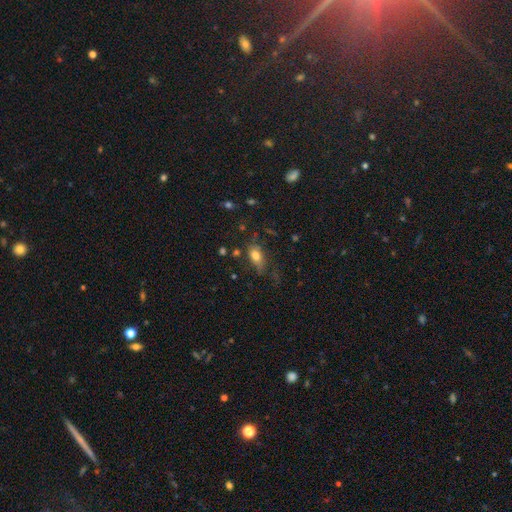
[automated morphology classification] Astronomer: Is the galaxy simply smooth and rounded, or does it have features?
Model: smooth — 73%.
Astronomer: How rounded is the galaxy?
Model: in between — 81%.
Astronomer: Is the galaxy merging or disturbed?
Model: none — 59%.